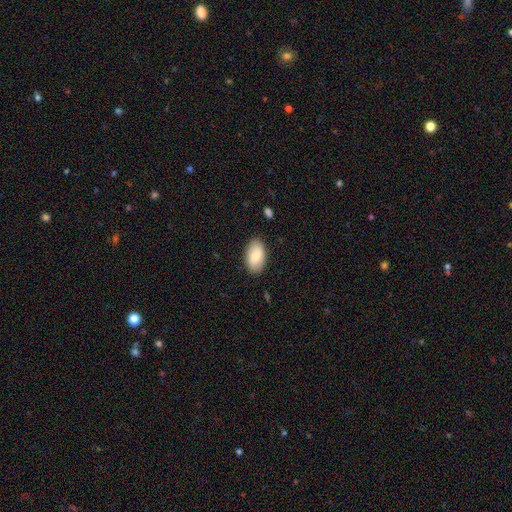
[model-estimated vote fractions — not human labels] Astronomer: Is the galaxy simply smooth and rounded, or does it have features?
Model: smooth — 83%.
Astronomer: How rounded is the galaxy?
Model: in between — 95%.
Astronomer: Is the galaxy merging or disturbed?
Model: none — 86%.